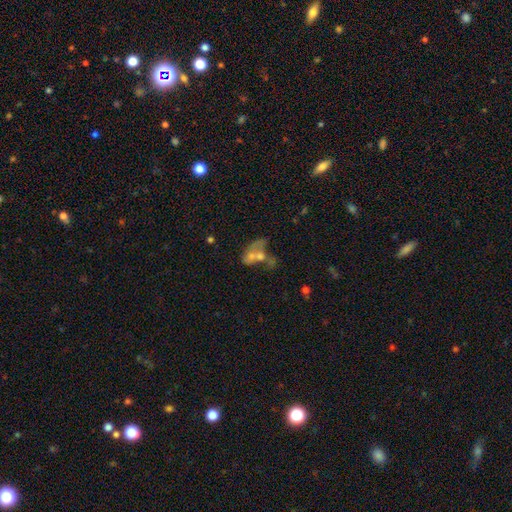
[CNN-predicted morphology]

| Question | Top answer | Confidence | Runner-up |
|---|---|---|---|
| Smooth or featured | smooth | 44% | featured or disk (42%) |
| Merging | merger | 61% | major disturbance (18%) |